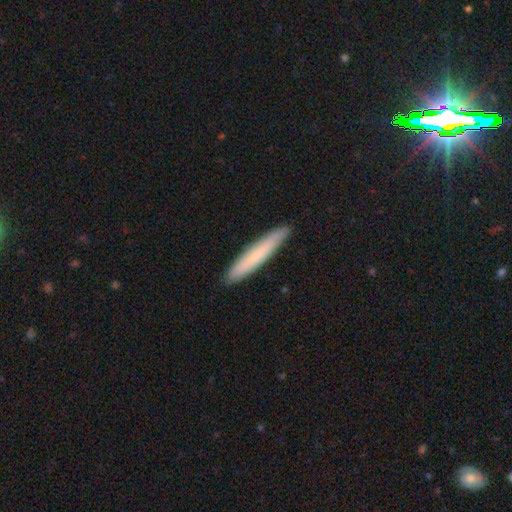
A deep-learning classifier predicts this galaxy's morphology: Q: Smooth or featured?
A: smooth (73%); runner-up: featured or disk (21%)
Q: How rounded?
A: cigar-shaped (94%); runner-up: in between (4%)
Q: Merging?
A: none (91%); runner-up: minor disturbance (7%)